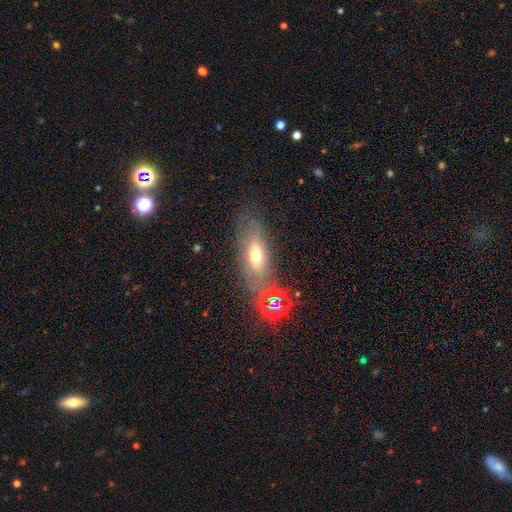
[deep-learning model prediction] smooth_or_featured: smooth (p=0.52) [alt: featured or disk p=0.32]
how_rounded: in between (p=0.68) [alt: cigar-shaped p=0.26]
merging: none (p=0.65) [alt: minor disturbance p=0.17]